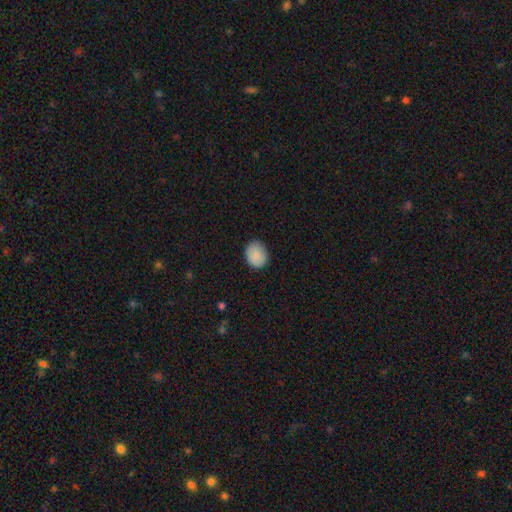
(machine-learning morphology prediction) Smooth or featured? Predicted: smooth (p=0.88). How rounded? Predicted: round (p=0.57). Merging? Predicted: none (p=0.81).